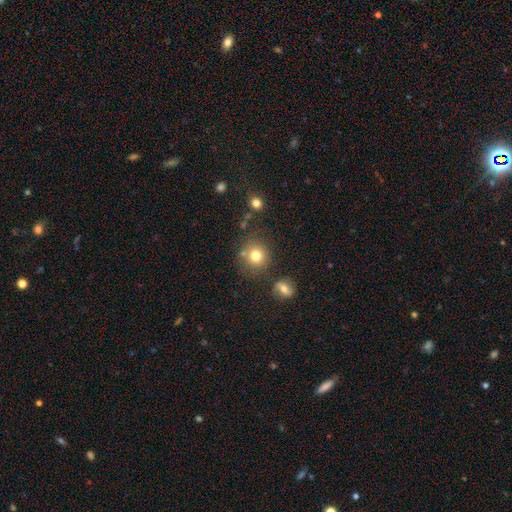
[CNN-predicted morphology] A smooth galaxy with no disk features (77%) that is round (89%). Merging: none (77%).